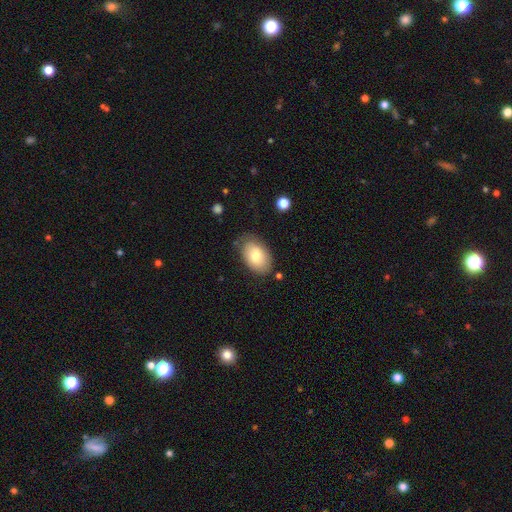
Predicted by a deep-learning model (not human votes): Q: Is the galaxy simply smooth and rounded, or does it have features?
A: smooth — 77%.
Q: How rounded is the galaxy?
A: in between — 90%.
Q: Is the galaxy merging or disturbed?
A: none — 75%.